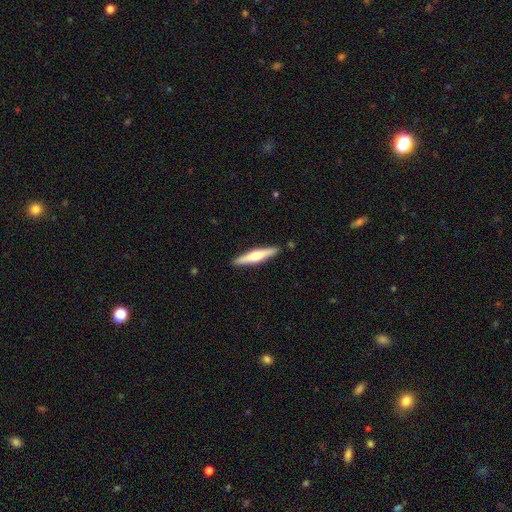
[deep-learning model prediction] featured or disk 53%, smooth 42%, star or artifact 5%. Down the decision tree: edge-on disk — yes (97%); edge-on bulge — rounded (87%); merging — none (90%).